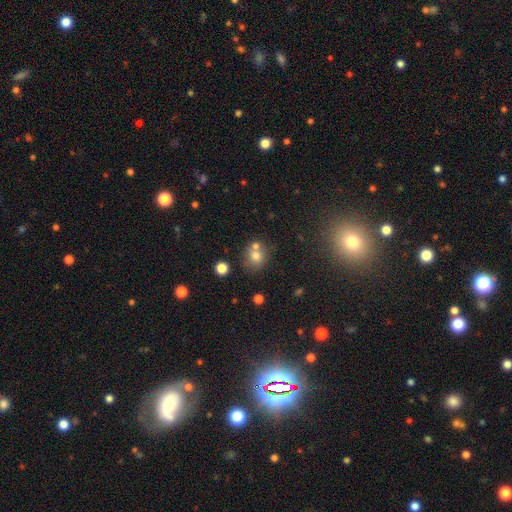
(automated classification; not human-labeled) Smooth or featured? Predicted: smooth (p=0.71). How rounded? Predicted: round (p=0.77). Merging? Predicted: none (p=0.55).